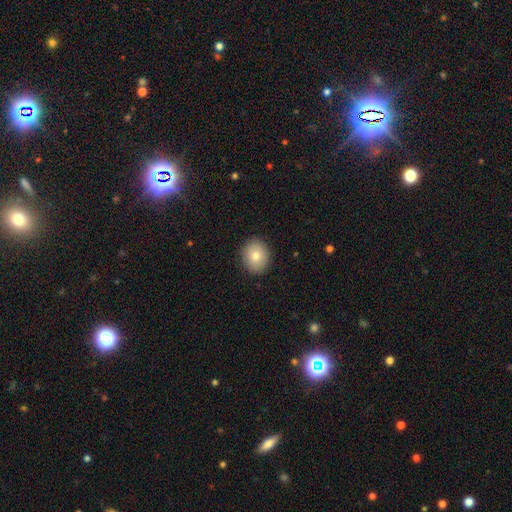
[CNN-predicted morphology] Smooth or featured: smooth — 79% (featured or disk — 13%)
How rounded: round — 62% (in between — 37%)
Merging: none — 90% (minor disturbance — 7%)